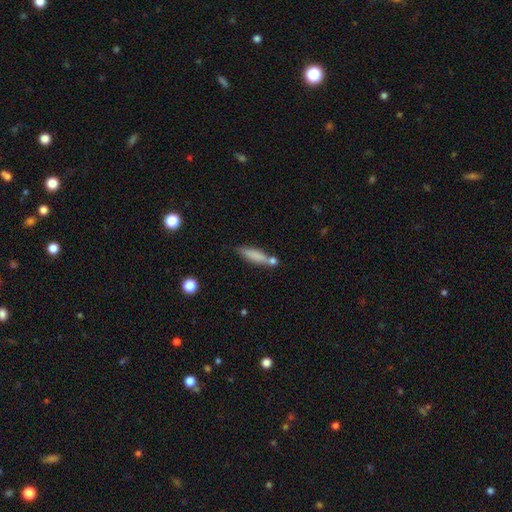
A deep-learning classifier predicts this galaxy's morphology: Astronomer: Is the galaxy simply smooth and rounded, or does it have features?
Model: smooth — 76%.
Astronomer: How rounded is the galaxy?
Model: cigar-shaped — 70%.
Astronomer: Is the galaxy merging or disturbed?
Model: none — 56%.